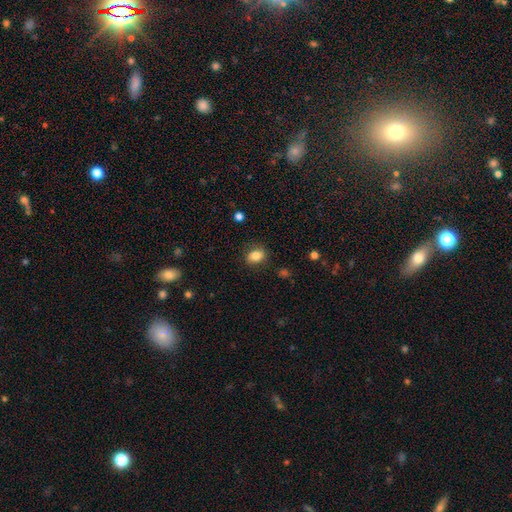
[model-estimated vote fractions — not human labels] The model was most divided on "how rounded": in between: 66%, round: 32%, cigar-shaped: 1%. More confident: smooth or featured — smooth (83%); merging — none (82%).